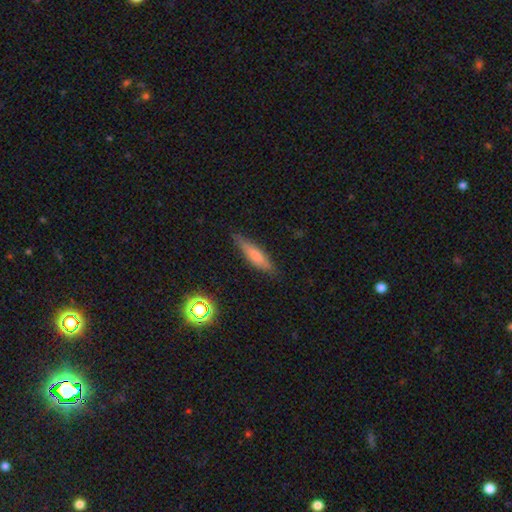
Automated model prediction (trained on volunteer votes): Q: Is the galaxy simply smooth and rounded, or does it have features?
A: smooth — 64%.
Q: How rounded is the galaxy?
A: cigar-shaped — 76%.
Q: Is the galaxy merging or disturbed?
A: none — 82%.